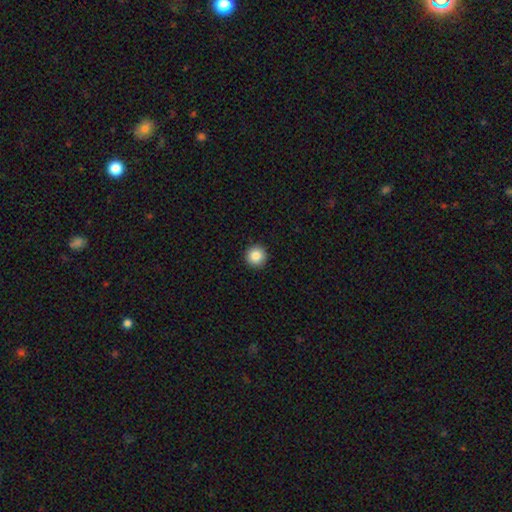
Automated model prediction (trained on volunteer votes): This is clearly a smooth galaxy (86%). How rounded: clearly round (96%). Merging: clearly none (93%).